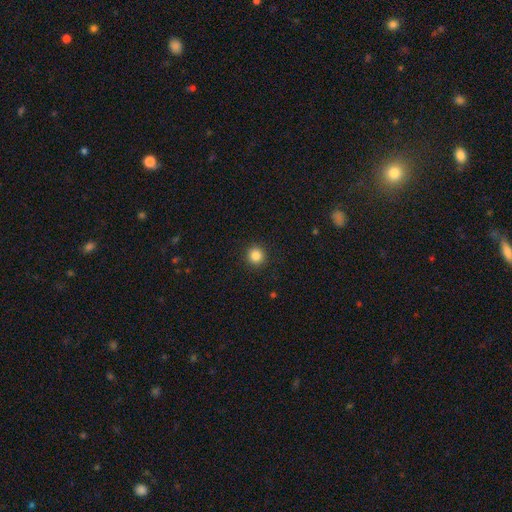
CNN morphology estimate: type=smooth (85%); roundness=round (95%); merging=none (92%).